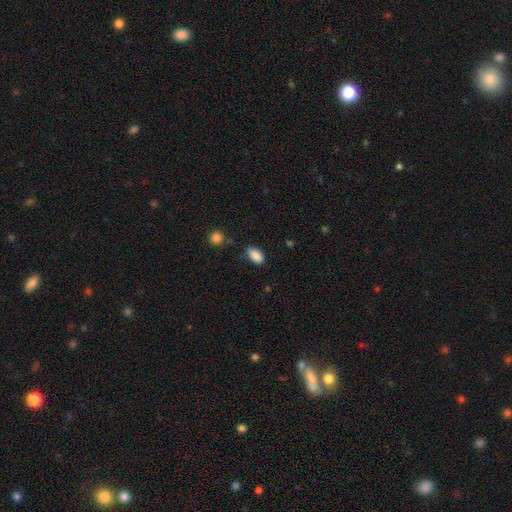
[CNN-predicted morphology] Smooth or featured?
  - smooth: 88% *
  - star or artifact: 8%
  - featured or disk: 4%
How rounded?
  - in between: 92% *
  - round: 5%
  - cigar-shaped: 3%
Merging?
  - none: 75% *
  - minor disturbance: 19%
  - major disturbance: 4%
  - merger: 2%